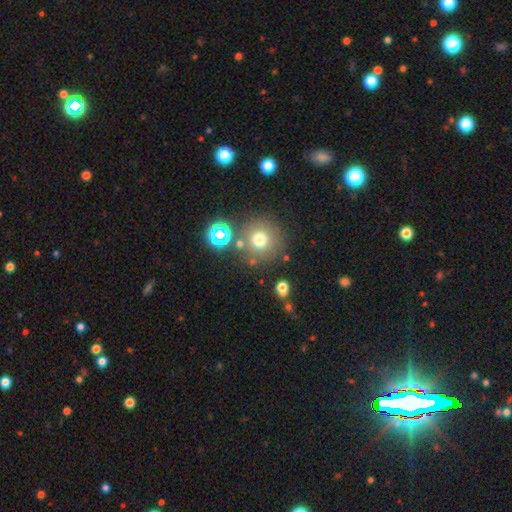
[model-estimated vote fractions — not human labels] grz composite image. It shows a smooth galaxy with no disk features (53%) that is round (92%). Merging: none (78%).